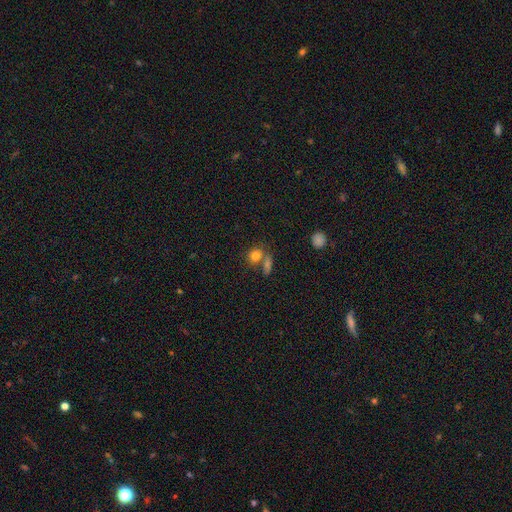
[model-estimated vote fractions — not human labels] Smooth or featured? smooth (79%)
How rounded? round (61%)
Merging? none (50%)